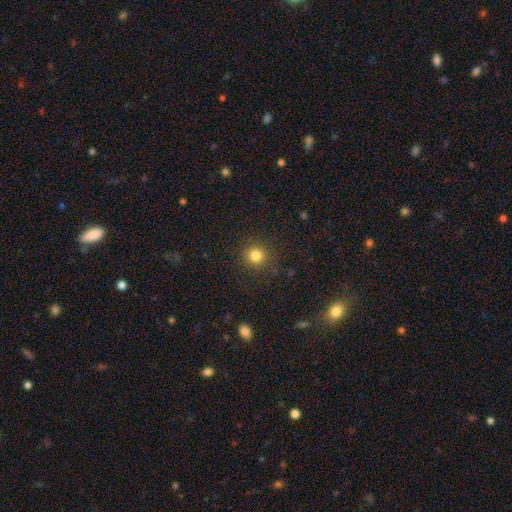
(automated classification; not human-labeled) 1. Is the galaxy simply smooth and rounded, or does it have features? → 82% smooth, 13% star or artifact, 5% featured or disk.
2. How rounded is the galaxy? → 91% round, 8% in between, 1% cigar-shaped.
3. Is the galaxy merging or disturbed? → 88% none, 7% minor disturbance, 3% major disturbance, 1% merger.